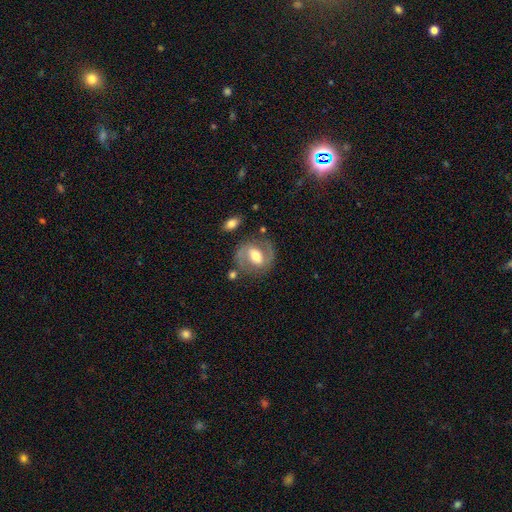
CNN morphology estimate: Smooth or featured: featured or disk — 71% (smooth — 23%)
Edge-on disk: no — 96% (yes — 4%)
Bar: weak — 42% (strong — 35%)
Spiral arms: yes — 81% (no — 19%)
Spiral winding: medium — 53% (tight — 29%)
Spiral arm count: 2 — 86% (can't tell — 7%)
Bulge size: moderate — 66% (large — 19%)
Merging: none — 73% (minor disturbance — 15%)